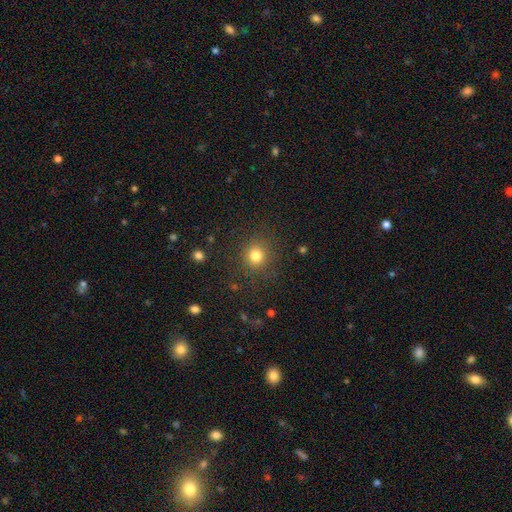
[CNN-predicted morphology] Smooth or featured?
  - smooth: 80% *
  - star or artifact: 14%
  - featured or disk: 6%
How rounded?
  - round: 89% *
  - in between: 10%
  - cigar-shaped: 1%
Merging?
  - none: 87% *
  - minor disturbance: 8%
  - major disturbance: 4%
  - merger: 1%